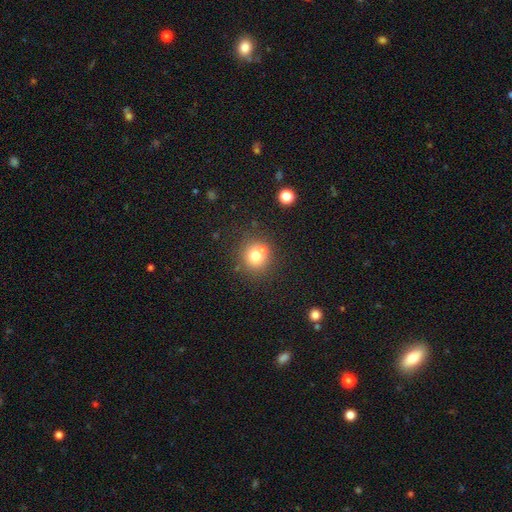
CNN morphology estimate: This appears to be a smooth galaxy with no disk features (73%) that is round (89%). Merging: none (63%).